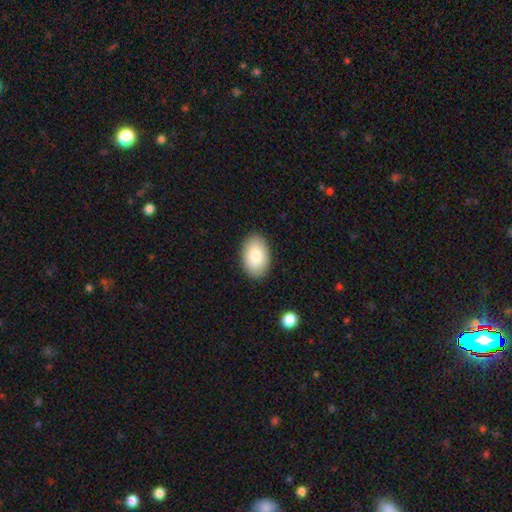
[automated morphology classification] smooth-or-featured: smooth: 84% | featured or disk: 9% | star or artifact: 6%
  how-rounded: in between: 91% | round: 8% | cigar-shaped: 1%
  merging: none: 89% | minor disturbance: 8% | major disturbance: 2% | merger: 1%